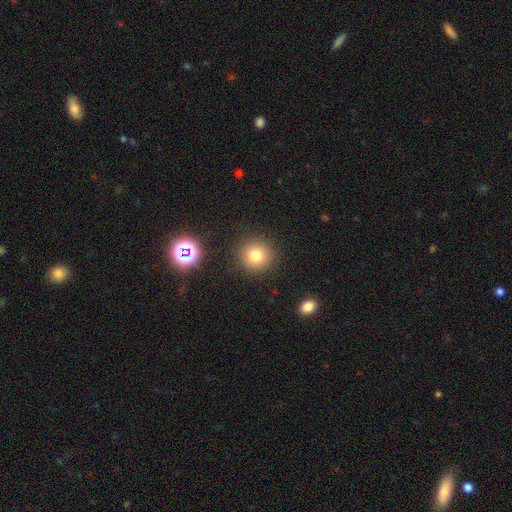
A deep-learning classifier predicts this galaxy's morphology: Smooth or featured?
  - smooth: 77% *
  - star or artifact: 15%
  - featured or disk: 8%
How rounded?
  - round: 93% *
  - in between: 6%
  - cigar-shaped: 1%
Merging?
  - none: 89% *
  - minor disturbance: 7%
  - major disturbance: 3%
  - merger: 2%